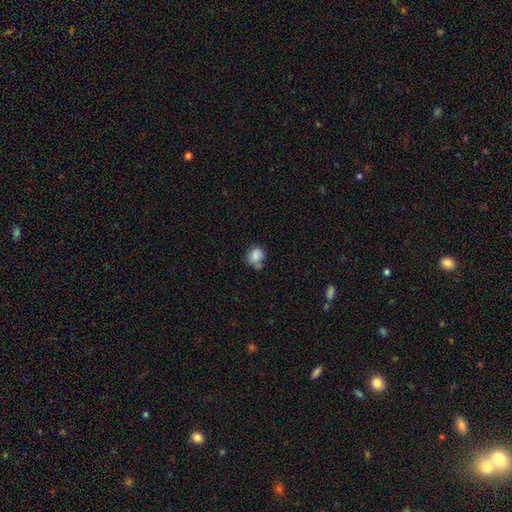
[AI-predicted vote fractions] Overall: smooth (81%). How rounded: round (67%; in between 32%). Merging: none (51%; minor disturbance 25%).